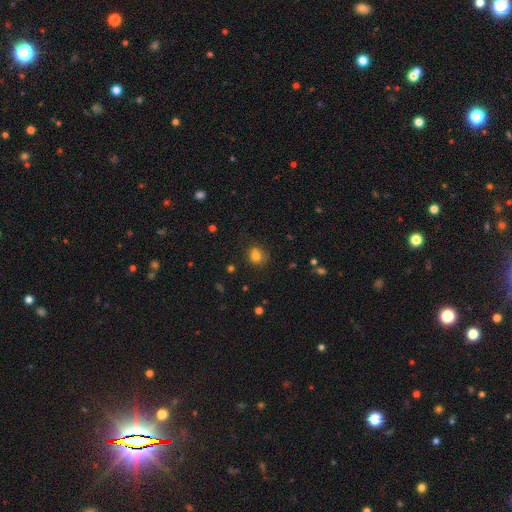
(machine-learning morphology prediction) Smooth or featured? smooth (79%)
How rounded? round (75%)
Merging? none (68%)